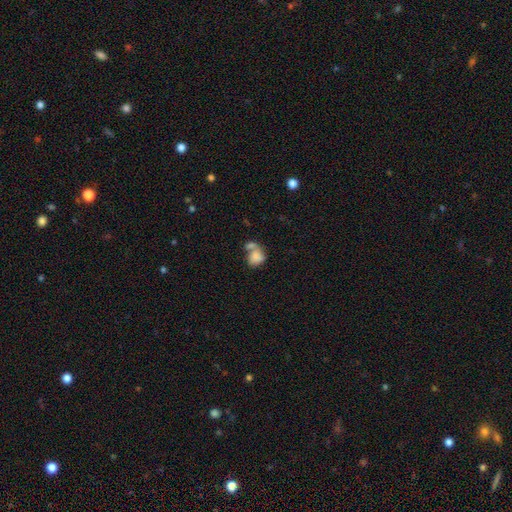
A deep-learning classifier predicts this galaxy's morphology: This appears to be a smooth galaxy with no disk features (76%) that is in between round and cigar-shaped (53%). Merging: merger (57%).